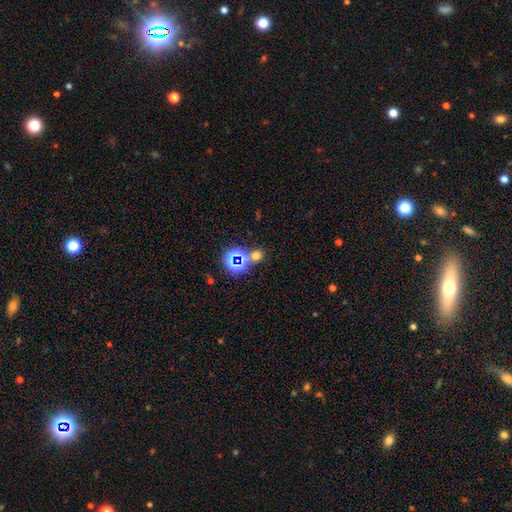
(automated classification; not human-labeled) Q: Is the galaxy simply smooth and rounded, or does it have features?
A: smooth — 57%.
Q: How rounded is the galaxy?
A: round — 80%.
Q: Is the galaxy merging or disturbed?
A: none — 69%.